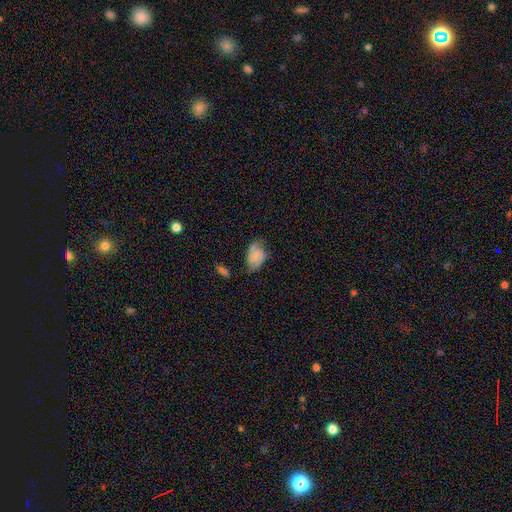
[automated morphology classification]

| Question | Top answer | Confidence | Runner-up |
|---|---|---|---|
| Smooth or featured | smooth | 68% | featured or disk (23%) |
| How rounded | in between | 87% | round (12%) |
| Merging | none | 49% | minor disturbance (35%) |